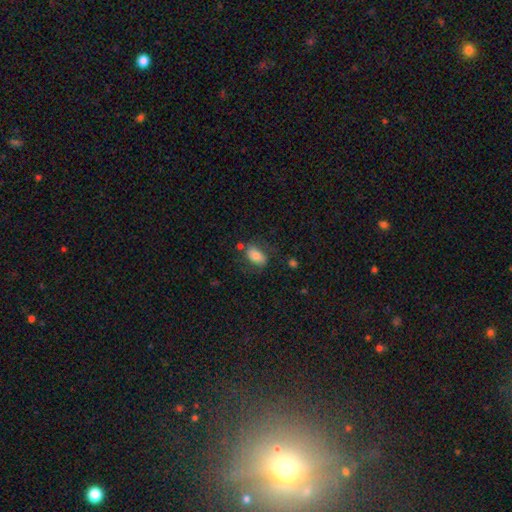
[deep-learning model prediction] smooth_or_featured: smooth (p=0.76) [alt: featured or disk p=0.16]
how_rounded: in between (p=0.90) [alt: round p=0.07]
merging: none (p=0.63) [alt: minor disturbance p=0.20]